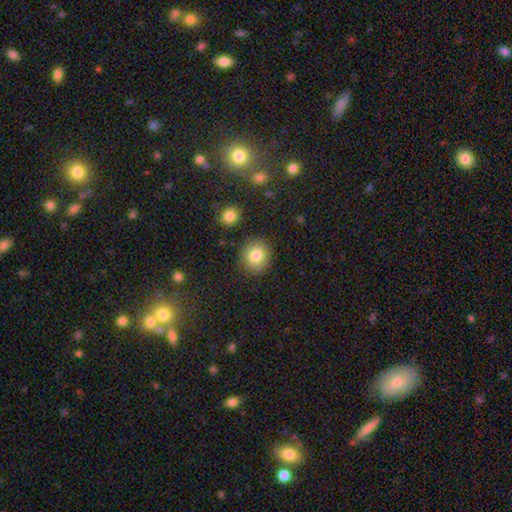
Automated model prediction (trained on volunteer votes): Morphology: type=smooth (81%); roundness=round (80%); merging=none (85%).